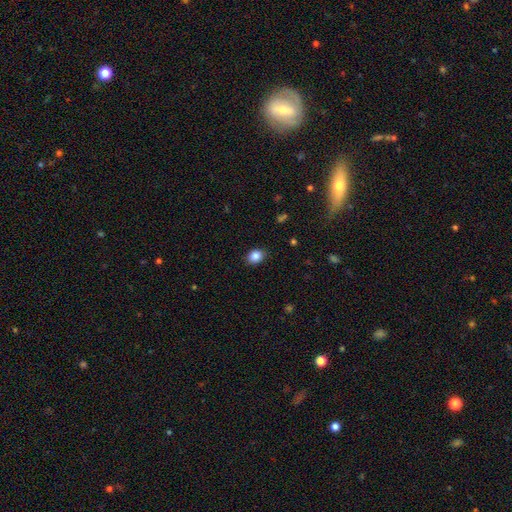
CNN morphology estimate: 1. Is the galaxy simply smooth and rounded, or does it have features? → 86% smooth, 9% star or artifact, 4% featured or disk.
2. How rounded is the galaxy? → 53% in between, 46% round, 1% cigar-shaped.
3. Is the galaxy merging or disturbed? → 87% none, 10% minor disturbance, 2% major disturbance, 1% merger.